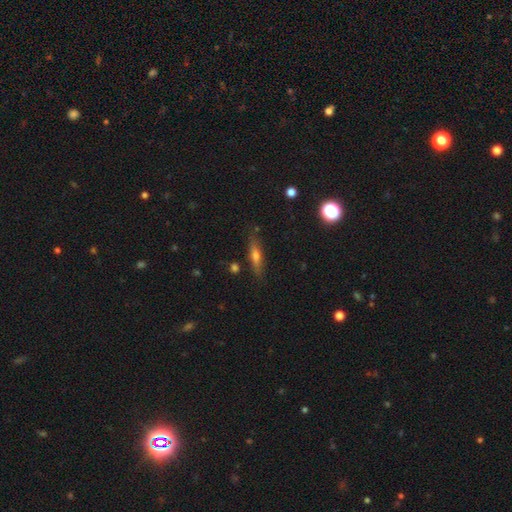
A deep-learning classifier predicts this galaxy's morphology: Smooth or featured?
  - smooth: 50% *
  - featured or disk: 41%
  - star or artifact: 9%
How rounded?
  - cigar-shaped: 76% *
  - in between: 21%
  - round: 3%
Merging?
  - none: 83% *
  - minor disturbance: 12%
  - merger: 3%
  - major disturbance: 3%